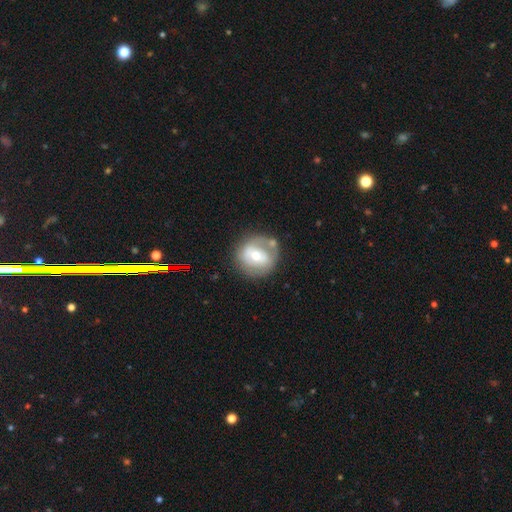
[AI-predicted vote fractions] Morphology: type=featured or disk (51%); edge-on=no (95%); merging=none (61%).